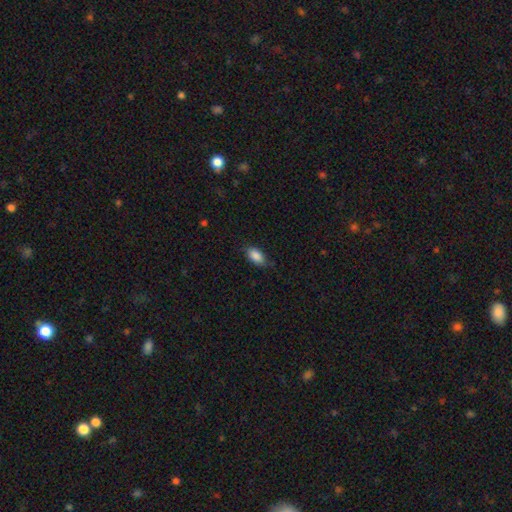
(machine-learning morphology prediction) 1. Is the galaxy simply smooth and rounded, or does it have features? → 87% smooth, 7% star or artifact, 6% featured or disk.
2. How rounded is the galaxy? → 91% in between, 5% cigar-shaped, 4% round.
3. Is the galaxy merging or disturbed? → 76% none, 20% minor disturbance, 4% major disturbance, 1% merger.